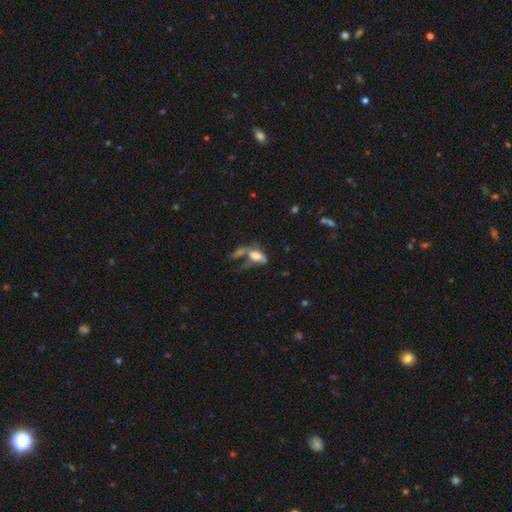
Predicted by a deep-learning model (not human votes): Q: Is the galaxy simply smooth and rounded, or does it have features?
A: smooth — 65%.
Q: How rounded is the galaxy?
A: in between — 85%.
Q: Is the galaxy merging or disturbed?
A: merger — 40%.